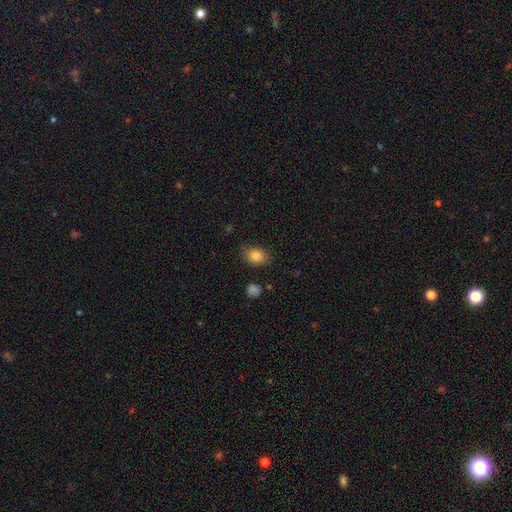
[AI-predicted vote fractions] smooth 85%, star or artifact 9%, featured or disk 6%. Down the decision tree: how rounded — in between (73%); merging — none (80%).